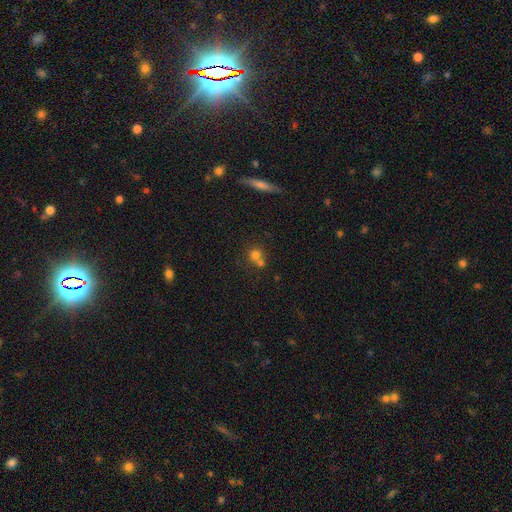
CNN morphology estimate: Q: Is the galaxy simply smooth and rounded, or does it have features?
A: smooth — 72%.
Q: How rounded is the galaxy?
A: round — 85%.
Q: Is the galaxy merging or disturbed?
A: none — 45%, tied with merger.